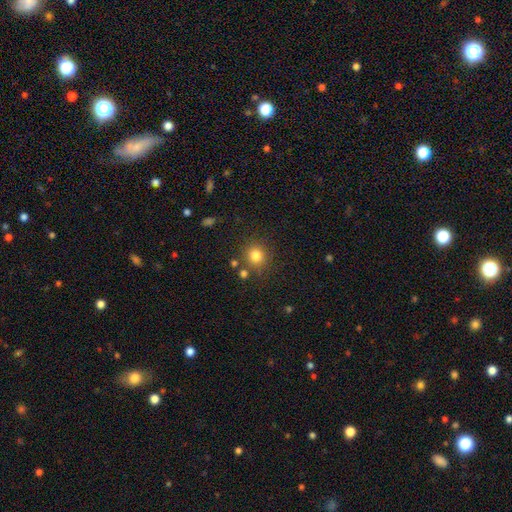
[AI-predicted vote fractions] Smooth or featured: smooth — 81% (star or artifact — 13%)
How rounded: round — 90% (in between — 9%)
Merging: none — 82% (minor disturbance — 8%)